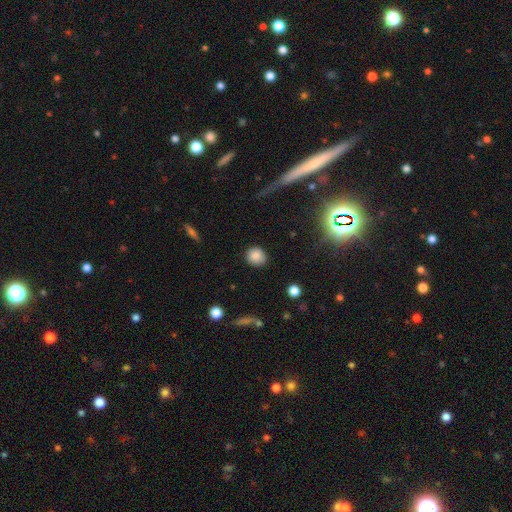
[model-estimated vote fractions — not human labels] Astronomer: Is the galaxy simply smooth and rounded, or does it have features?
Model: smooth — 85%.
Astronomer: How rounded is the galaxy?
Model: round — 82%.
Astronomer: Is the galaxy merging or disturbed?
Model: none — 85%.